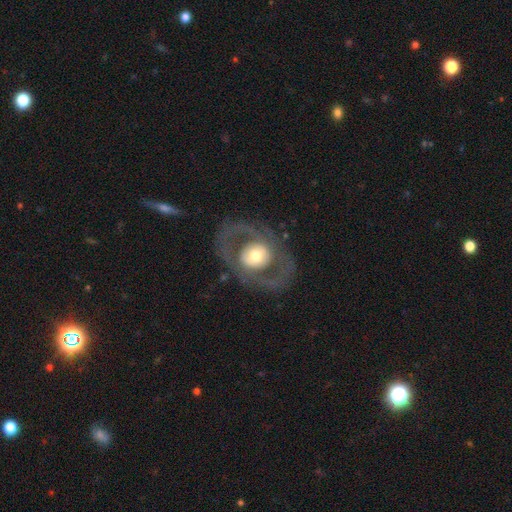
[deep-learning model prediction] featured or disk 68%, smooth 26%, star or artifact 6%. Down the decision tree: edge-on disk — no (94%); bar — no (66%); spiral arms — no (56%); bulge size — moderate (54%); merging — none (74%).